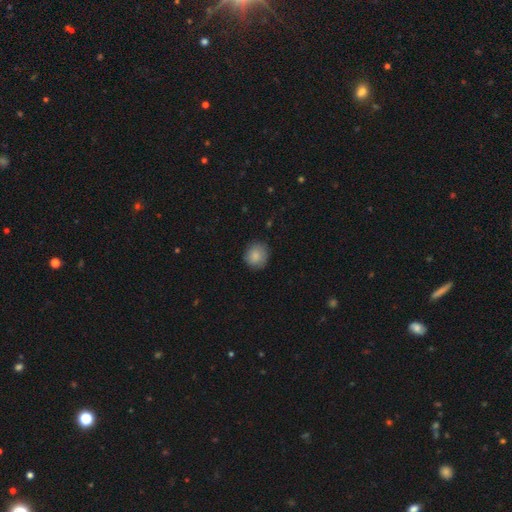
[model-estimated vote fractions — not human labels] Smooth or featured? smooth (85%)
How rounded? round (84%)
Merging? none (82%)